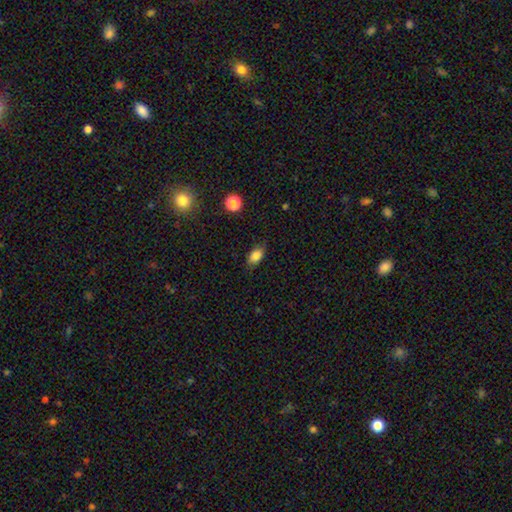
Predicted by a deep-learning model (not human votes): A smooth galaxy with no disk features (82%) that is in between round and cigar-shaped (85%).

Vote fractions:
- Smooth or featured? smooth: 82% / star or artifact: 9% / featured or disk: 9%
- How rounded? in between: 85% / round: 10% / cigar-shaped: 5%
- Merging? none: 80% / minor disturbance: 16% / major disturbance: 3% / merger: 1%